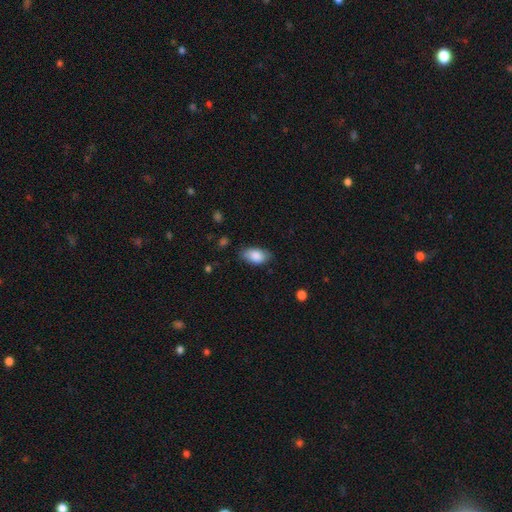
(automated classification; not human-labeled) Morphology: type=smooth (86%); roundness=in between (94%); merging=none (79%).